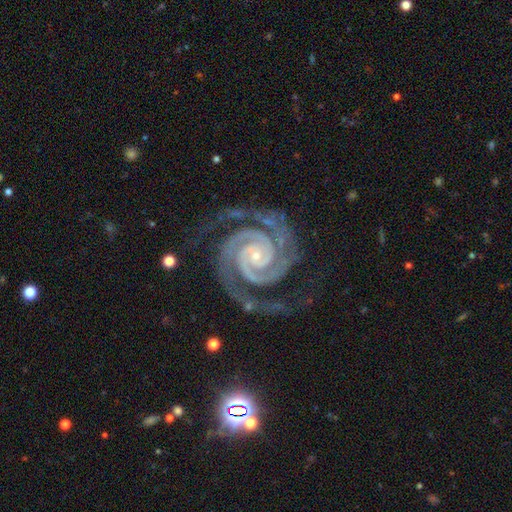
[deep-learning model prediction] The model was most divided on "bar": no: 67%, weak: 20%, strong: 13%. More confident: spiral arms — yes (99%); edge-on disk — no (98%); smooth or featured — featured or disk (95%); spiral arm count — 2 (88%); bulge size — small (82%); spiral winding — tight (79%); merging — none (75%).